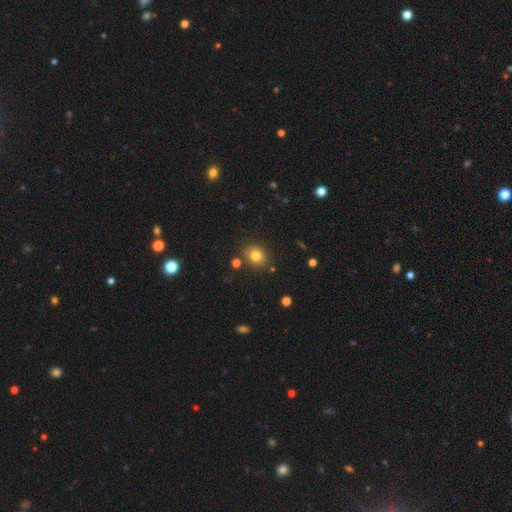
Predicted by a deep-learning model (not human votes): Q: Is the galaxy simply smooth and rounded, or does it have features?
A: smooth — 78%.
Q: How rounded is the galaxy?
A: round — 57%.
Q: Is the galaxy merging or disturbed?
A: none — 81%.